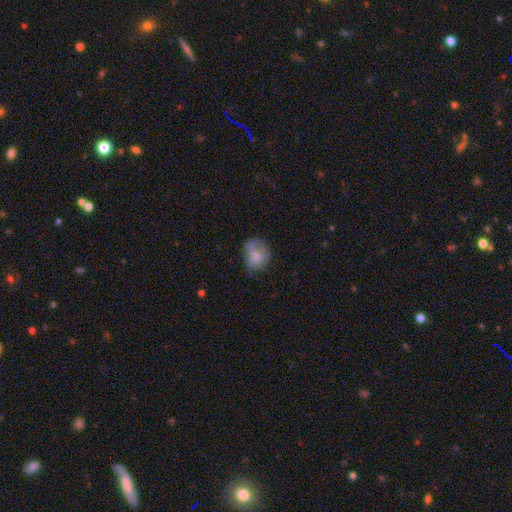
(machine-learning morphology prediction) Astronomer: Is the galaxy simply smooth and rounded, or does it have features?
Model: smooth — 71%.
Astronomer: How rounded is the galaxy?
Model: in between — 54% (runner-up: round, 44%).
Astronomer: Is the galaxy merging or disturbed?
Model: none — 42% (runner-up: minor disturbance, 34%).